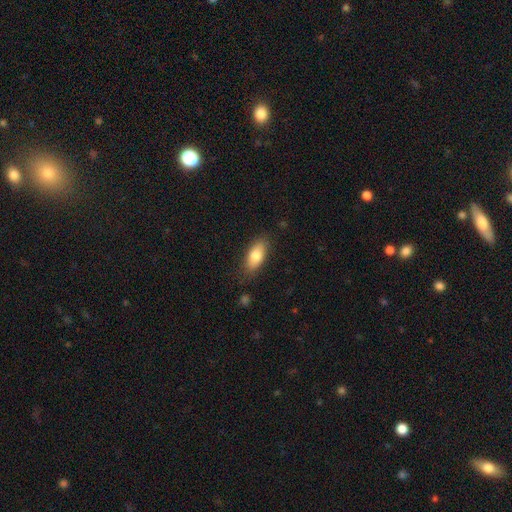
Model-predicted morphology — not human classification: Smooth or featured? Predicted: smooth (p=0.77). How rounded? Predicted: in between (p=0.82). Merging? Predicted: none (p=0.83).